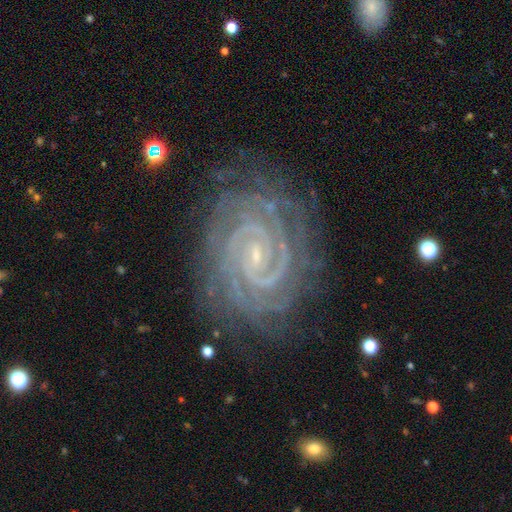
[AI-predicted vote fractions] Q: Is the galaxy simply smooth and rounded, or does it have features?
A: featured or disk — 92%.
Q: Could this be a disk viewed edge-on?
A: no — 98%.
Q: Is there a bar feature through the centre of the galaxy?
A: no — 42%.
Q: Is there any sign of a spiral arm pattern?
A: yes — 99%.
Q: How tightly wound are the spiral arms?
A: tight — 86%.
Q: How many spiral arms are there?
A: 2 — 47%.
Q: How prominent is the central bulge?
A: small — 85%.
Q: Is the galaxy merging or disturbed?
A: none — 82%.